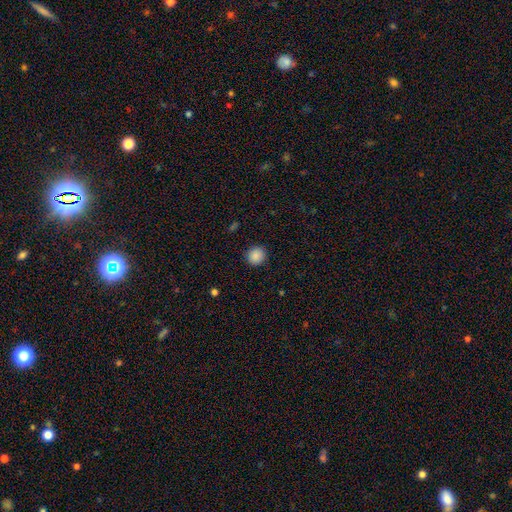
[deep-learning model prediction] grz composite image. It shows a smooth galaxy with no disk features (88%) that is round (92%). Merging: none (92%).